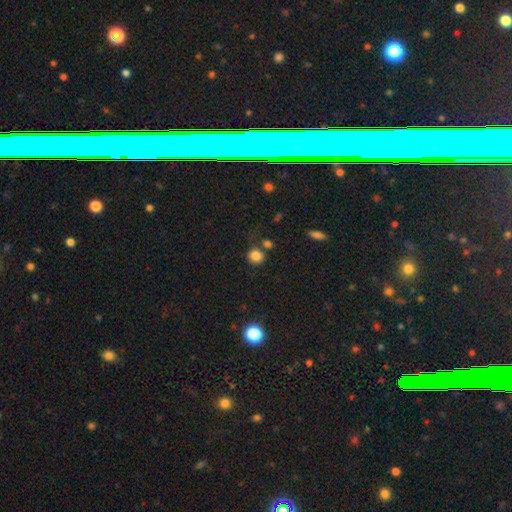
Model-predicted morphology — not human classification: This is clearly a smooth galaxy (83%). How rounded: clearly round (86%). Merging: likely none (71%).